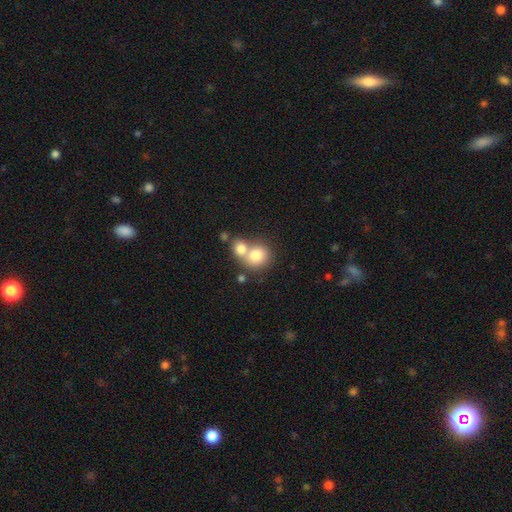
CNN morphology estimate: The model was most divided on "merging": merger: 58%, none: 33%, minor disturbance: 6%, major disturbance: 3%. More confident: how rounded — round (77%); smooth or featured — smooth (77%).